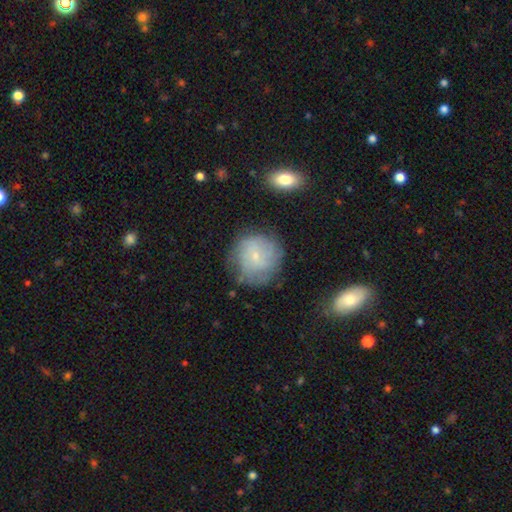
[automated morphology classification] smooth 49%, featured or disk 42%, star or artifact 9%. Down the decision tree: merging — none (68%).